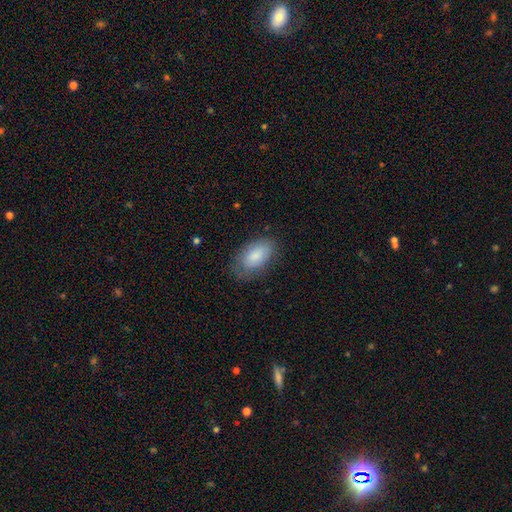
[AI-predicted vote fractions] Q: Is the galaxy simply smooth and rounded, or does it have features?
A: smooth — 83%.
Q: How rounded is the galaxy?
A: in between — 93%.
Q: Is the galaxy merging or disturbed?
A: none — 70%.